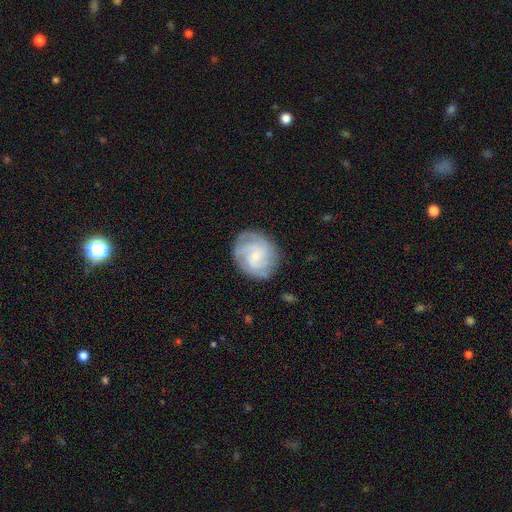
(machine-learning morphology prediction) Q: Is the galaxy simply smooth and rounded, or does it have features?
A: featured or disk — 71%.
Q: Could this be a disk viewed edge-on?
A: no — 98%.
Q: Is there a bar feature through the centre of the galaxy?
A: no — 54%.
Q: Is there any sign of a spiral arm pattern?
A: yes — 94%.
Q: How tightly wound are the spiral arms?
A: tight — 50%.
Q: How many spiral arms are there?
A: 3 — 32%.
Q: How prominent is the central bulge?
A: small — 66%.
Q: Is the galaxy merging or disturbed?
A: none — 78%.